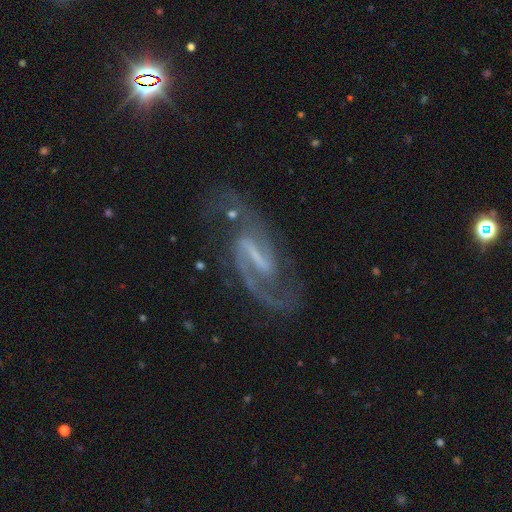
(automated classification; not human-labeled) Q: Smooth or featured?
A: featured or disk (90%); runner-up: star or artifact (6%)
Q: Edge-on disk?
A: no (96%); runner-up: yes (4%)
Q: Bar?
A: strong (56%); runner-up: weak (35%)
Q: Spiral arms?
A: yes (98%); runner-up: no (2%)
Q: Spiral winding?
A: medium (57%); runner-up: loose (26%)
Q: Spiral arm count?
A: 2 (90%); runner-up: 1 (4%)
Q: Bulge size?
A: none (47%); runner-up: small (37%)
Q: Merging?
A: none (70%); runner-up: minor disturbance (16%)